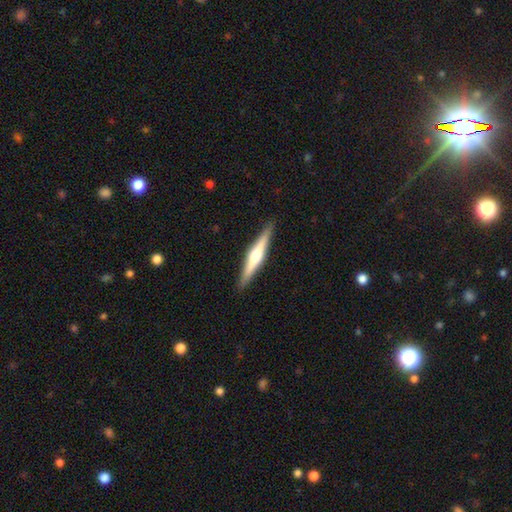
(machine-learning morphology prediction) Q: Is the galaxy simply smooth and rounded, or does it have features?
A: featured or disk — 65%.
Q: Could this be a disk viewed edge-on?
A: yes — 98%.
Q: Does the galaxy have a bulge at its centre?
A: rounded — 87%.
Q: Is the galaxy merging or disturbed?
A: none — 91%.